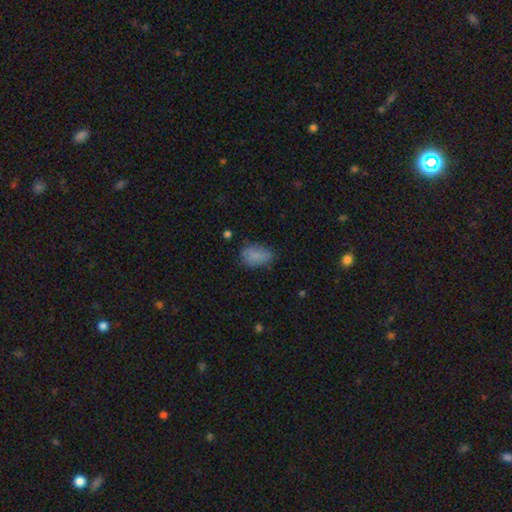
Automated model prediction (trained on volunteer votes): Overall: smooth (83%). How rounded: in between (86%). Merging: none (67%).